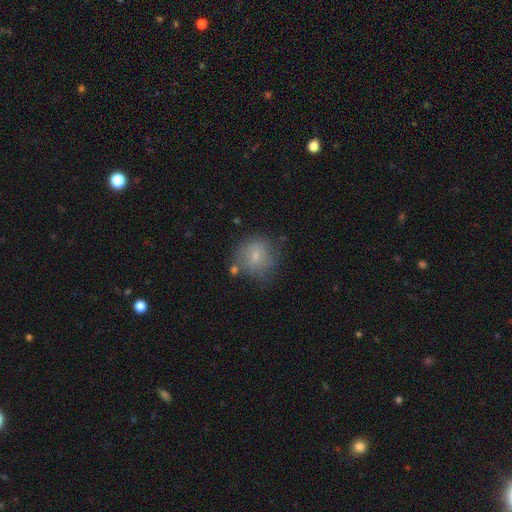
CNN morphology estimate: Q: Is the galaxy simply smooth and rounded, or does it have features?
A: smooth — 70%.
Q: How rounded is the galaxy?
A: round — 87%.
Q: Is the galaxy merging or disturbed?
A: none — 66%.